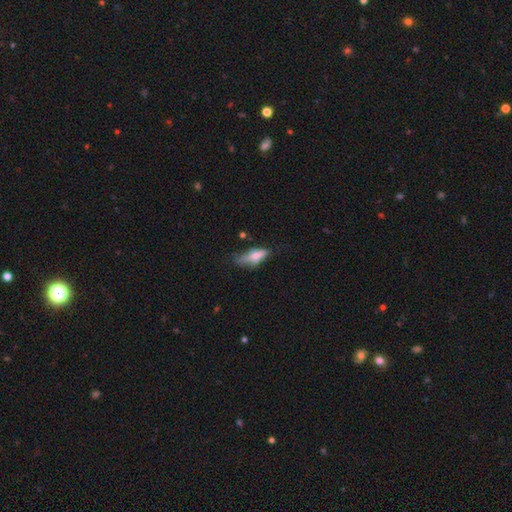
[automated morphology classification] smooth_or_featured: smooth (p=0.62) [alt: featured or disk p=0.29]
how_rounded: in between (p=0.61) [alt: cigar-shaped p=0.36]
merging: none (p=0.39) [alt: minor disturbance p=0.33]